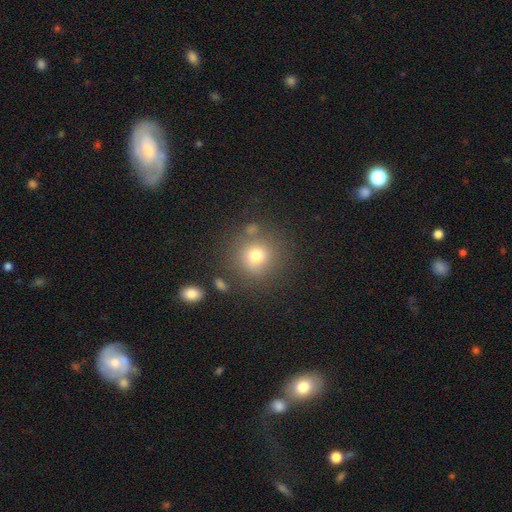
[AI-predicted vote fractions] Smooth or featured? smooth (74%)
How rounded? round (89%)
Merging? none (76%)